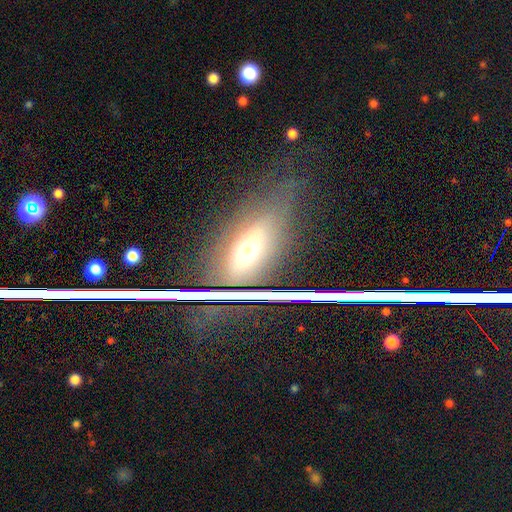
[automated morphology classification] Smooth or featured?
  - smooth: 39% *
  - featured or disk: 31%
  - star or artifact: 30%
Merging?
  - none: 70% *
  - minor disturbance: 16%
  - major disturbance: 10%
  - merger: 4%